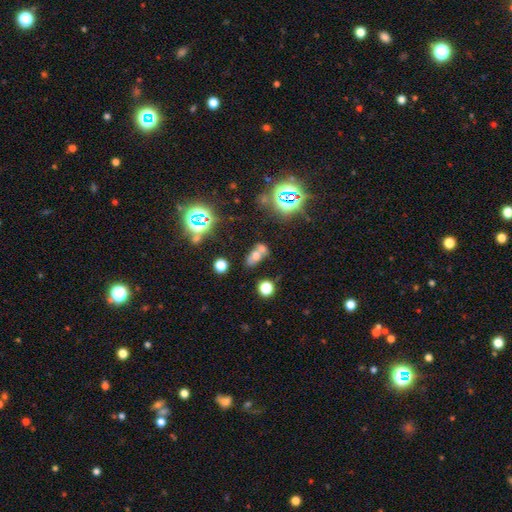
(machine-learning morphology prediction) smooth_or_featured: smooth (p=0.52) [alt: star or artifact p=0.25]
how_rounded: in between (p=0.71) [alt: round p=0.25]
merging: merger (p=0.53) [alt: none p=0.33]